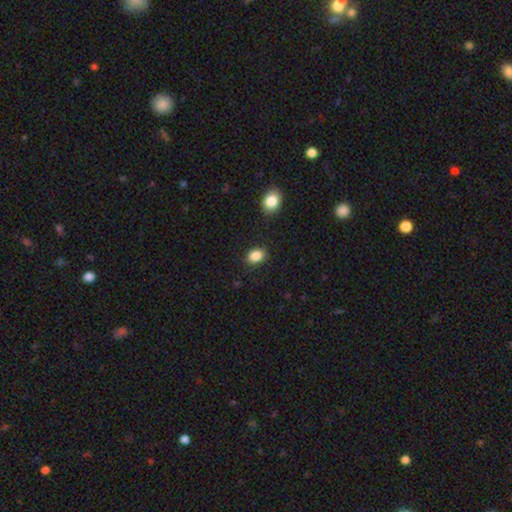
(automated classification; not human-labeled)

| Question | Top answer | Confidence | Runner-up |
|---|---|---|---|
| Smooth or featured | smooth | 87% | star or artifact (9%) |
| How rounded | in between | 68% | round (31%) |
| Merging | none | 86% | minor disturbance (9%) |